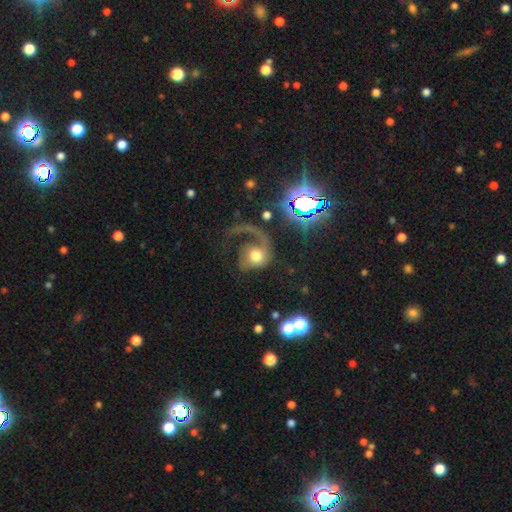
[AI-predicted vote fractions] smooth-or-featured: featured or disk: 60% | smooth: 29% | star or artifact: 11%
  disk-edge-on: no: 97% | yes: 3%
    bar: no: 72% | weak: 21% | strong: 7%
    has-spiral-arms: yes: 84% | no: 16%
    bulge-size: moderate: 55% | large: 27% | small: 10% | dominant: 5% | none: 3%
  merging: major disturbance: 52% | none: 30% | minor disturbance: 13% | merger: 5%